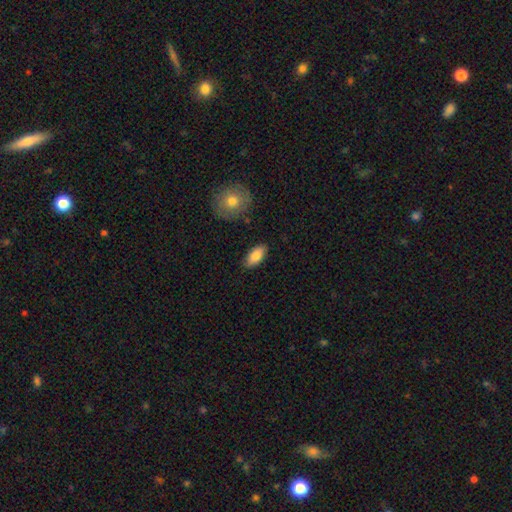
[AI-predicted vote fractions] smooth 84%, featured or disk 10%, star or artifact 6%. Down the decision tree: how rounded — in between (91%); merging — none (85%).